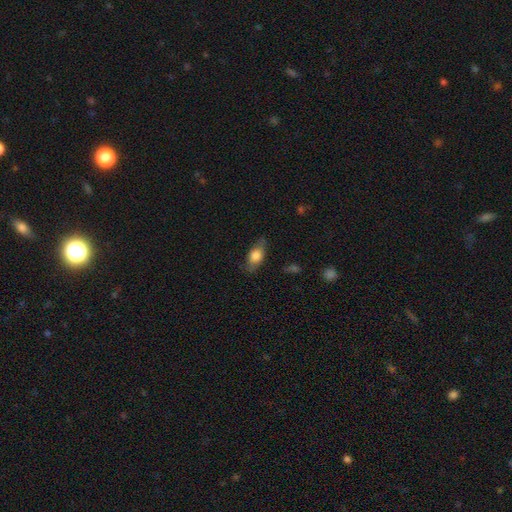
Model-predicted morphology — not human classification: A smooth galaxy with no disk features (71%) that is in between round and cigar-shaped (80%).

Vote fractions:
- Smooth or featured? smooth: 71% / featured or disk: 22% / star or artifact: 7%
- How rounded? in between: 80% / cigar-shaped: 12% / round: 8%
- Merging? none: 75% / minor disturbance: 19% / major disturbance: 5% / merger: 1%